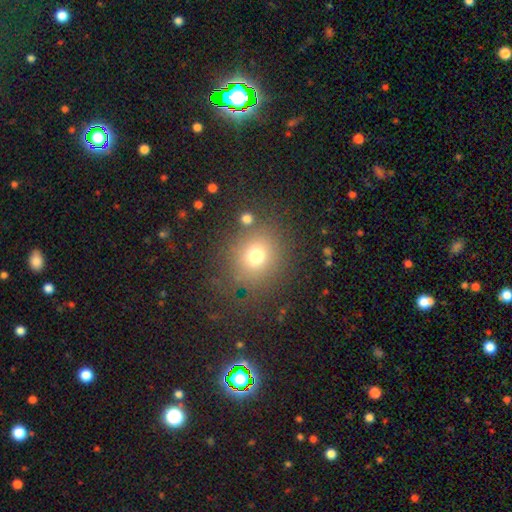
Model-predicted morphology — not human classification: A smooth galaxy with no disk features (70%) that is round (83%). Merging: none (75%).